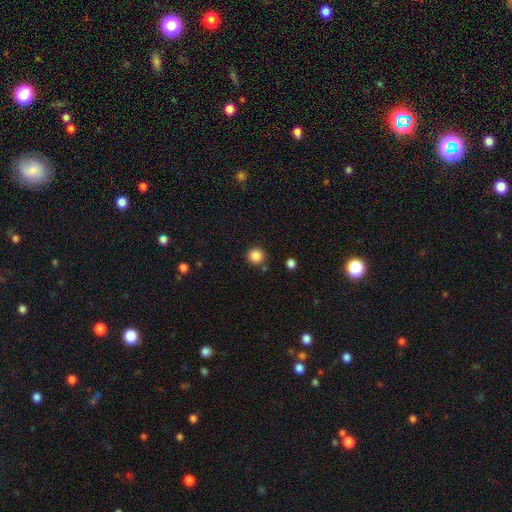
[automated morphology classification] This appears to be a smooth galaxy with no disk features (86%) that is round (94%). Merging: none (85%).